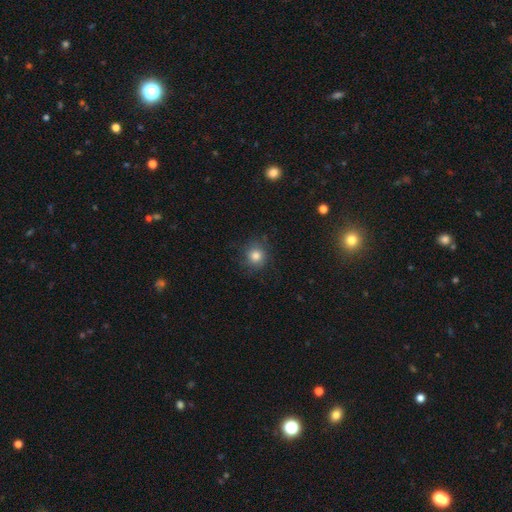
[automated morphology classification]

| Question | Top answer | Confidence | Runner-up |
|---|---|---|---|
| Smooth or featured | smooth | 79% | star or artifact (12%) |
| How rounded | round | 89% | in between (10%) |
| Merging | none | 80% | minor disturbance (13%) |